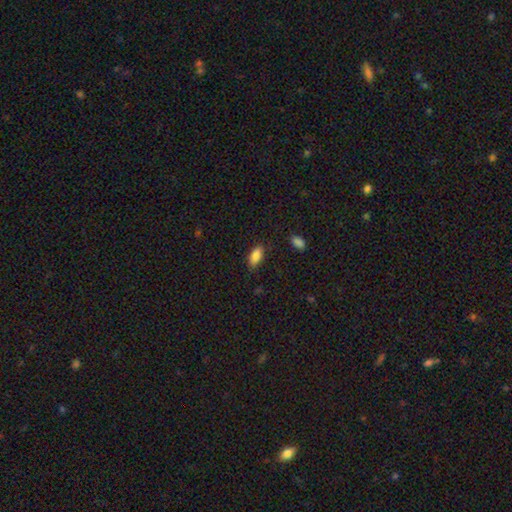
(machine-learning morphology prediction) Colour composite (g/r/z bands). It shows a smooth galaxy with no disk features (86%) that is in between round and cigar-shaped (88%). Merging: none (80%).